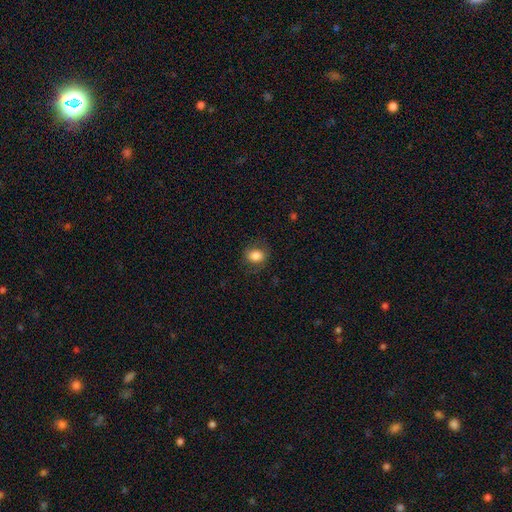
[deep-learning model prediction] Smooth or featured? Predicted: smooth (p=0.84). How rounded? Predicted: in between (p=0.52). Merging? Predicted: none (p=0.80).